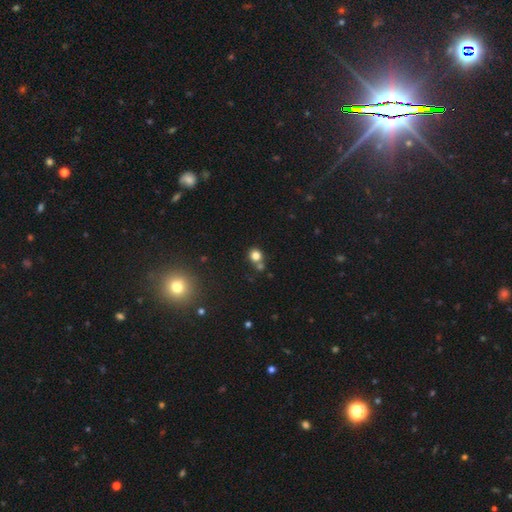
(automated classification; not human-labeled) Overall: smooth (78%). How rounded: round (82%). Merging: none (60%; merger 26%).